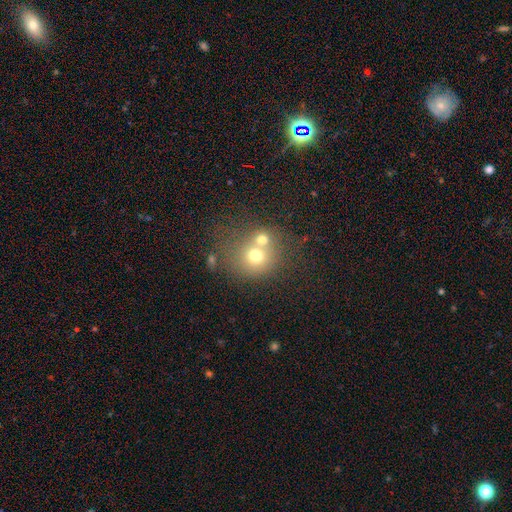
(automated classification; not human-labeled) smooth_or_featured: smooth (p=0.66) [alt: featured or disk p=0.19]
how_rounded: round (p=0.81) [alt: in between p=0.18]
merging: merger (p=0.49) [alt: none p=0.38]